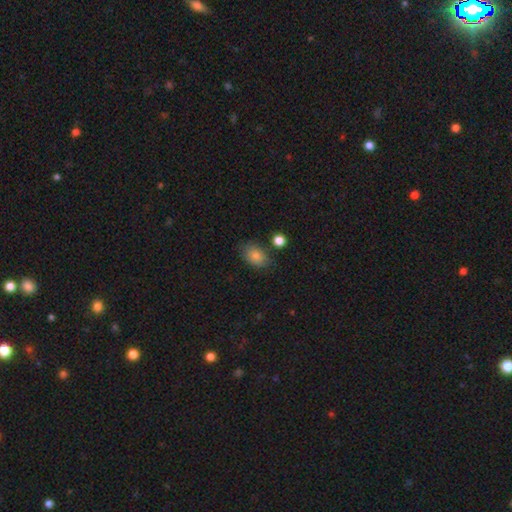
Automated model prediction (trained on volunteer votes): Smooth or featured?
  - smooth: 81% *
  - star or artifact: 10%
  - featured or disk: 8%
How rounded?
  - in between: 77% *
  - round: 21%
  - cigar-shaped: 1%
Merging?
  - none: 75% *
  - minor disturbance: 16%
  - merger: 5%
  - major disturbance: 4%